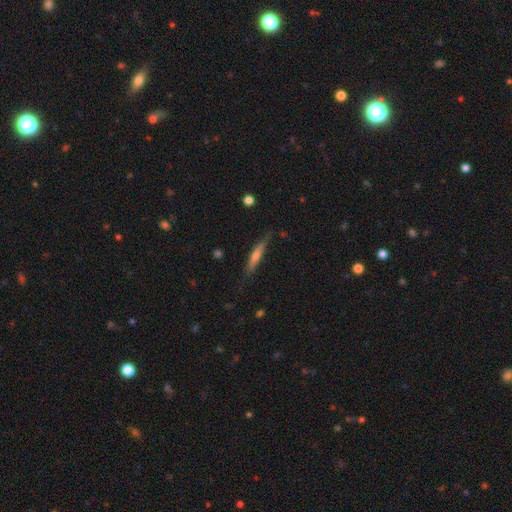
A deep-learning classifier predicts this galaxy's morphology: Overall: smooth (48%; featured or disk 46%). Merging: none (76%).